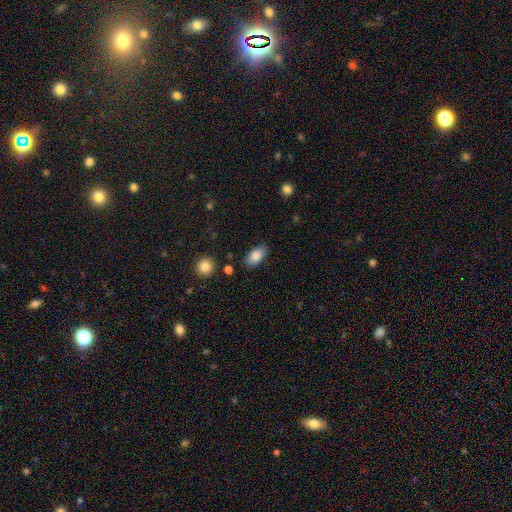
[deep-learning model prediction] smooth_or_featured: smooth (p=0.84) [alt: featured or disk p=0.09]
how_rounded: in between (p=0.91) [alt: cigar-shaped p=0.05]
merging: none (p=0.83) [alt: minor disturbance p=0.12]